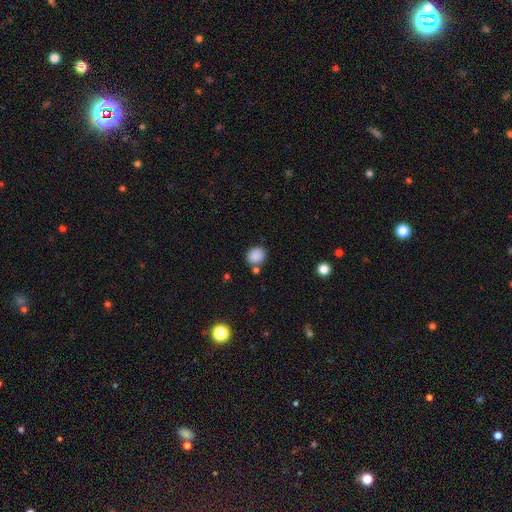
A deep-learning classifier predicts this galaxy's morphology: The model was most divided on "how rounded": round: 75%, in between: 24%, cigar-shaped: 1%. More confident: smooth or featured — smooth (87%); merging — none (74%).